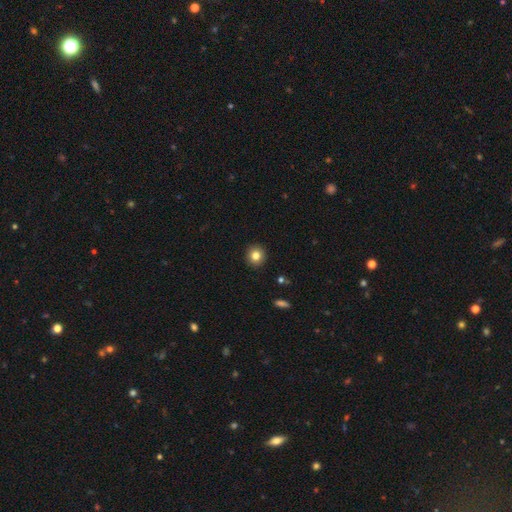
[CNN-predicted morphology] smooth_or_featured: smooth (p=0.81) [alt: star or artifact p=0.11]
how_rounded: round (p=0.90) [alt: in between p=0.09]
merging: none (p=0.92) [alt: minor disturbance p=0.05]